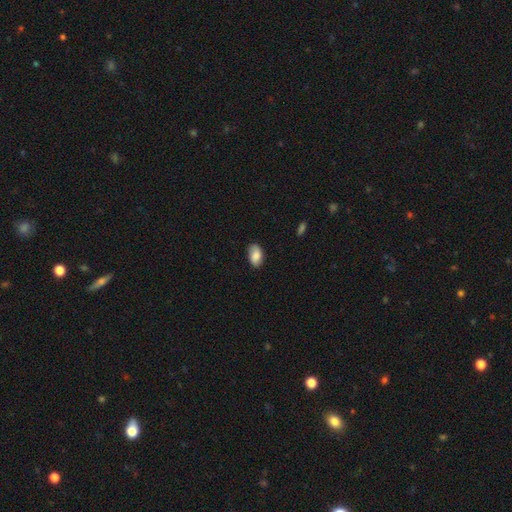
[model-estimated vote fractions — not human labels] Smooth or featured? Predicted: smooth (p=0.77). How rounded? Predicted: in between (p=0.92). Merging? Predicted: none (p=0.77).